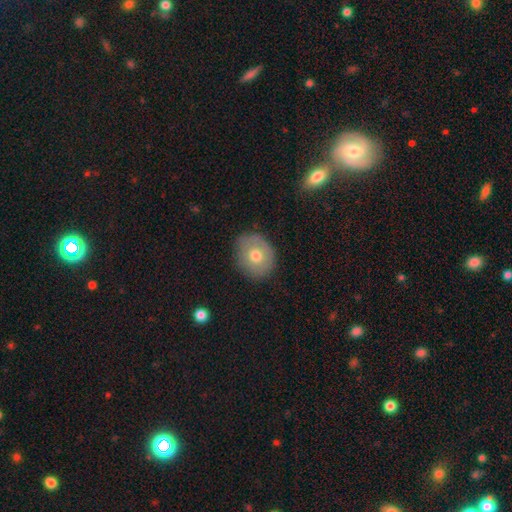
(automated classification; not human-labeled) A smooth galaxy with no disk features (69%) that is round (64%).

Vote fractions:
- Smooth or featured? smooth: 69% / featured or disk: 23% / star or artifact: 8%
- How rounded? round: 64% / in between: 35% / cigar-shaped: 1%
- Merging? none: 79% / minor disturbance: 16% / major disturbance: 4% / merger: 1%